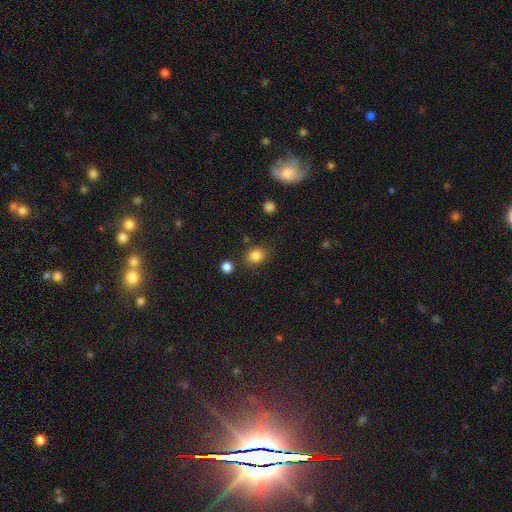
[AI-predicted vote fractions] A smooth galaxy with no disk features (84%) that is round (53%). Merging: none (79%).